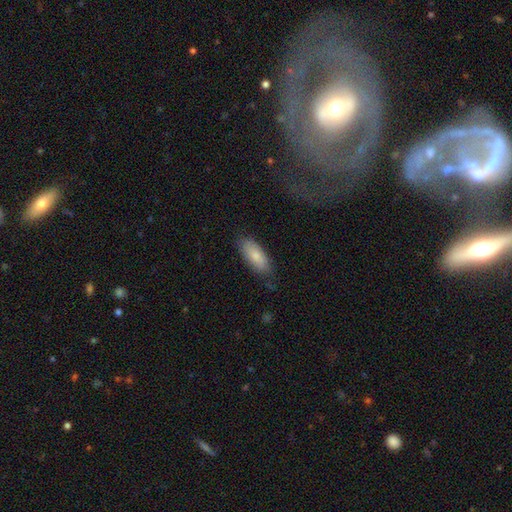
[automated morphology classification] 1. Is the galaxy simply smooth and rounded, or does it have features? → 83% smooth, 11% featured or disk, 6% star or artifact.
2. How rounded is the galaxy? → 81% in between, 17% cigar-shaped, 2% round.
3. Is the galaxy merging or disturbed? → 77% none, 17% minor disturbance, 4% major disturbance, 1% merger.